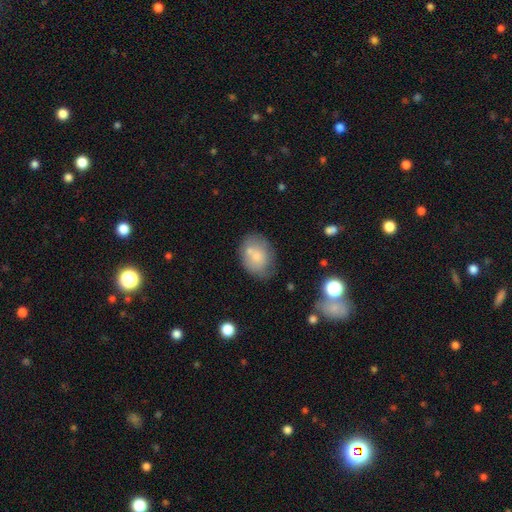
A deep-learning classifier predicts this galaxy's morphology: A smooth galaxy with no disk features (72%) that is in between round and cigar-shaped (71%). Merging: none (55%).